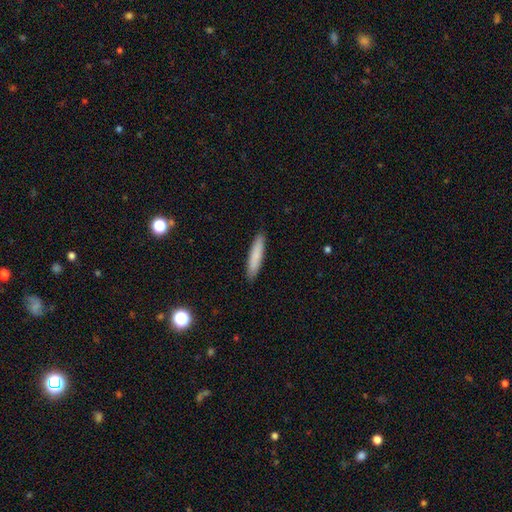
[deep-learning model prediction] This appears to be a smooth galaxy with no disk features (82%) that is cigar-shaped (89%). Merging: none (90%).